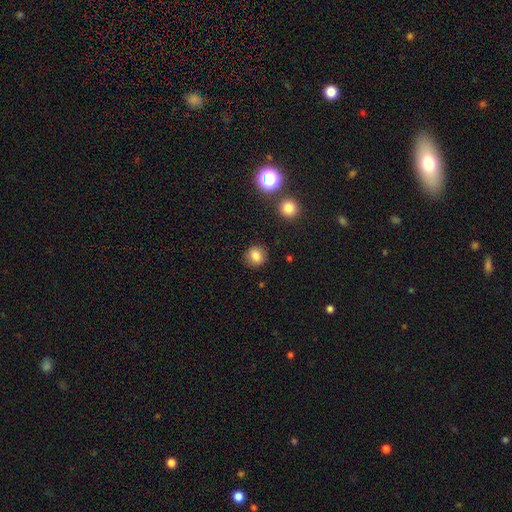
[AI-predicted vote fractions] Smooth or featured?
  - smooth: 81% *
  - star or artifact: 12%
  - featured or disk: 7%
How rounded?
  - round: 84% *
  - in between: 15%
  - cigar-shaped: 1%
Merging?
  - none: 86% *
  - minor disturbance: 9%
  - major disturbance: 3%
  - merger: 2%